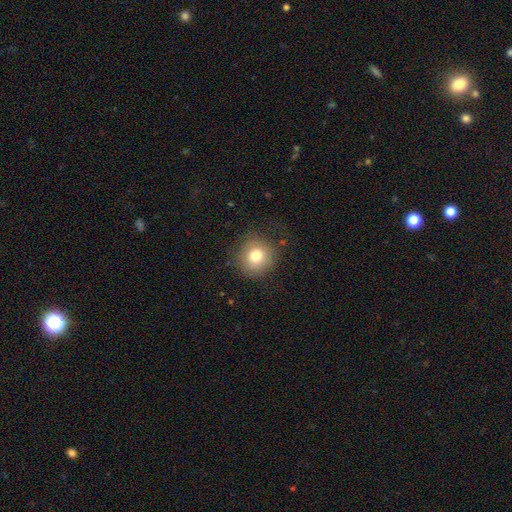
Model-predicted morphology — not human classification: Smooth or featured? Predicted: smooth (p=0.79). How rounded? Predicted: round (p=0.89). Merging? Predicted: none (p=0.80).